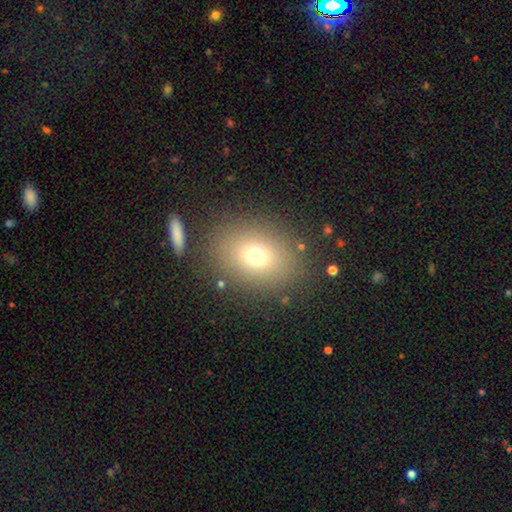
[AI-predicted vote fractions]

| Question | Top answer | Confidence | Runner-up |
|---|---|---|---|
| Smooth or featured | smooth | 72% | star or artifact (15%) |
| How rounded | in between | 56% | round (43%) |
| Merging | none | 82% | minor disturbance (9%) |